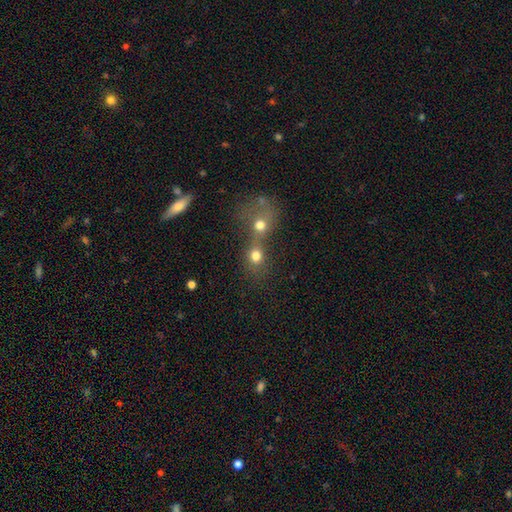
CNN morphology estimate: Smooth or featured?
  - smooth: 74% *
  - star or artifact: 14%
  - featured or disk: 12%
How rounded?
  - round: 77% *
  - in between: 22%
  - cigar-shaped: 1%
Merging?
  - merger: 61% *
  - none: 28%
  - minor disturbance: 6%
  - major disturbance: 5%